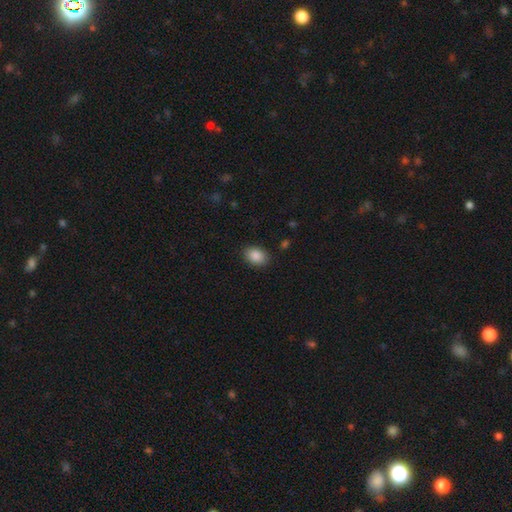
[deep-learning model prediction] The model was most divided on "how rounded": in between: 76%, round: 23%, cigar-shaped: 1%. More confident: smooth or featured — smooth (88%); merging — none (87%).